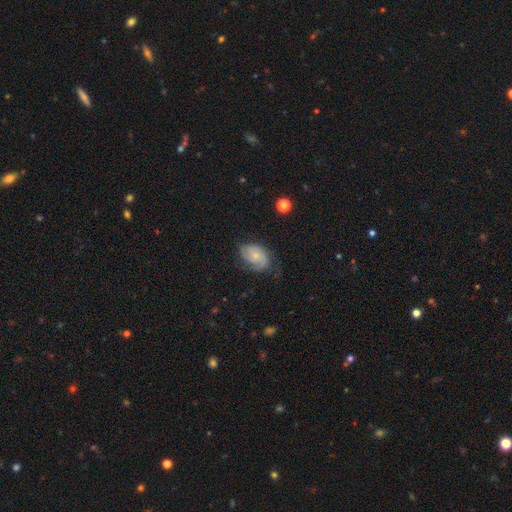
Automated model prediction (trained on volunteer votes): A featured or disk galaxy (68%) with no bar (72%), 2 (46%) tight (44%) spiral arms (92%) and a small central bulge (64%).

Vote fractions:
- Smooth or featured? featured or disk: 68% / smooth: 25% / star or artifact: 7%
- Edge-on disk? no: 97% / yes: 3%
- Bar? no: 72% / weak: 24% / strong: 3%
- Spiral arms? yes: 92% / no: 8%
- Spiral winding? tight: 44% / medium: 39% / loose: 17%
- Spiral arm count? 2: 46% / can't tell: 21% / 1: 19% / 3: 10% / 4: 2% / more than 4: 2%
- Bulge size? small: 64% / moderate: 26% / none: 8% / large: 2% / dominant: 1%
- Merging? none: 58% / minor disturbance: 26% / major disturbance: 14% / merger: 2%